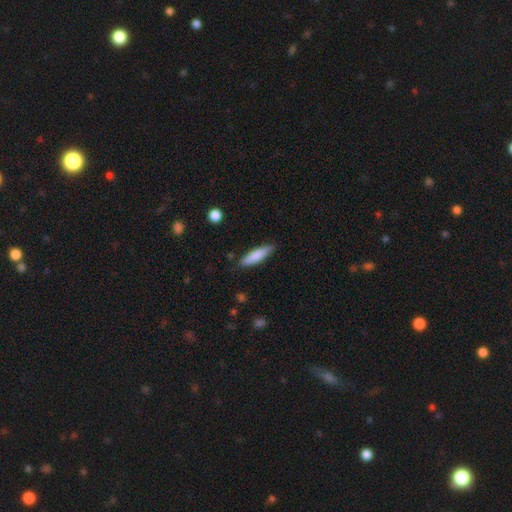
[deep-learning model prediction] smooth-or-featured: smooth: 79% | featured or disk: 15% | star or artifact: 6%
  how-rounded: cigar-shaped: 70% | in between: 28% | round: 1%
  merging: none: 85% | minor disturbance: 12% | major disturbance: 2% | merger: 1%